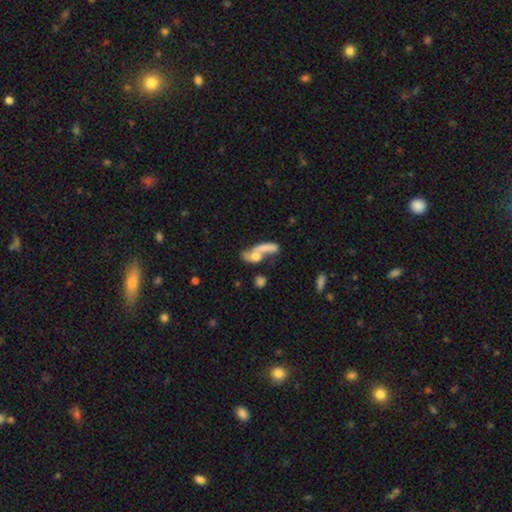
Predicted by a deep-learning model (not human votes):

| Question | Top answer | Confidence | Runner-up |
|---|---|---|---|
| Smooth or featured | smooth | 53% | featured or disk (37%) |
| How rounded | in between | 51% | cigar-shaped (37%) |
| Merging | merger | 52% | none (22%) |